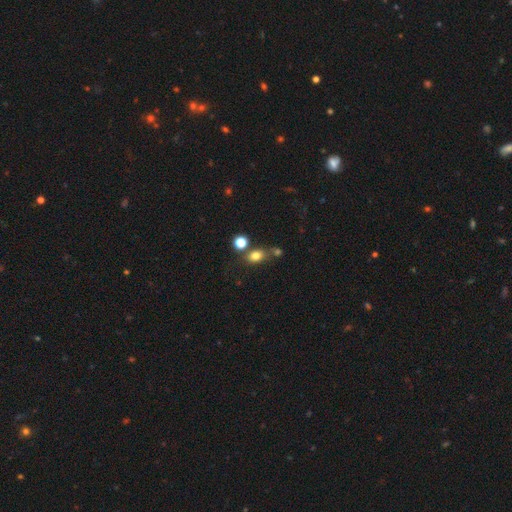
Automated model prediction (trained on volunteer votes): smooth 78%, star or artifact 14%, featured or disk 9%. Down the decision tree: how rounded — in between (61%); merging — none (58%).